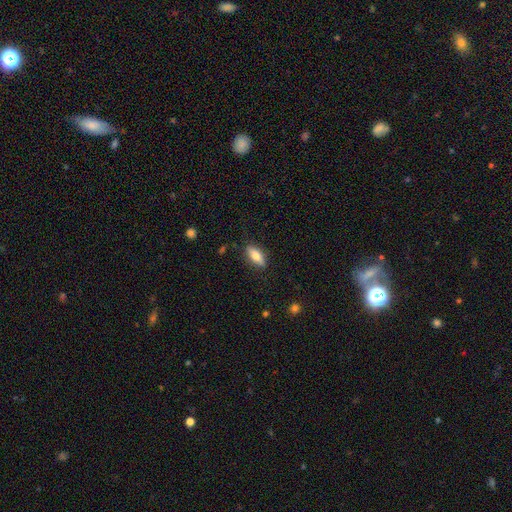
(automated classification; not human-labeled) Q: Smooth or featured?
A: smooth (72%); runner-up: featured or disk (22%)
Q: How rounded?
A: in between (68%); runner-up: cigar-shaped (29%)
Q: Merging?
A: none (85%); runner-up: minor disturbance (11%)